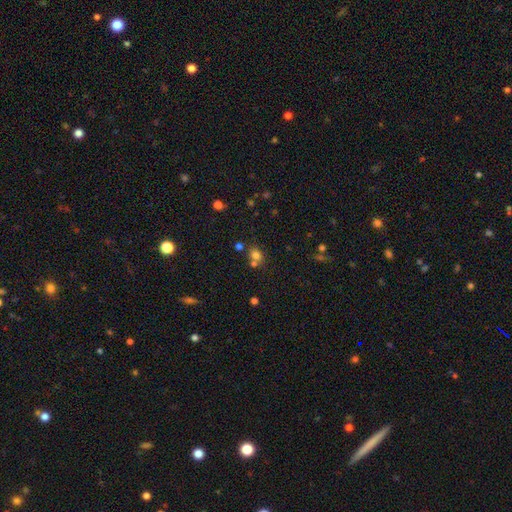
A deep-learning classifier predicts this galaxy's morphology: Overall: smooth (71%). How rounded: round (56%; in between 43%). Merging: none (55%; merger 31%).